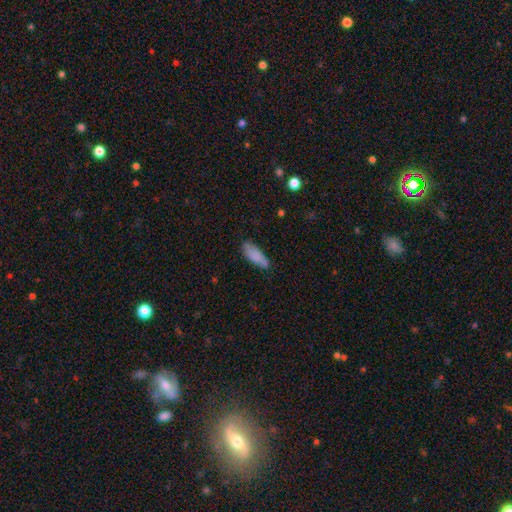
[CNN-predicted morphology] This appears to be a smooth galaxy with no disk features (82%) that is in between round and cigar-shaped (71%). Merging: none (65%).